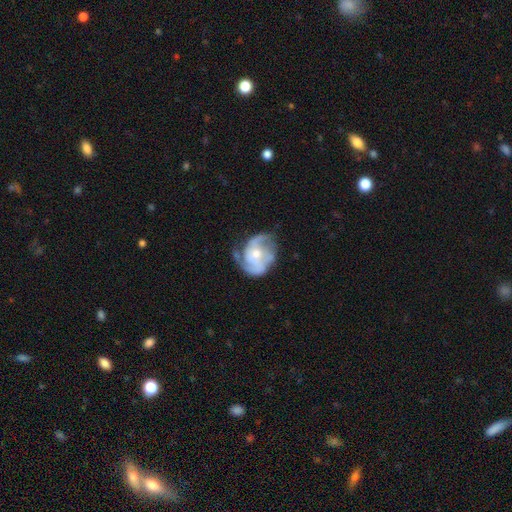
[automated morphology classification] A featured or disk galaxy (83%) with no bar (66%), 2 (51%) medium (46%) spiral arms (92%) and a moderate central bulge (51%).

Vote fractions:
- Smooth or featured? featured or disk: 83% / smooth: 12% / star or artifact: 5%
- Edge-on disk? no: 98% / yes: 2%
- Bar? no: 66% / weak: 27% / strong: 7%
- Spiral arms? yes: 92% / no: 8%
- Spiral winding? medium: 46% / tight: 33% / loose: 21%
- Spiral arm count? 2: 51% / 3: 21% / can't tell: 14% / 1: 6% / 4: 4% / more than 4: 3%
- Bulge size? moderate: 51% / small: 43% / large: 3% / none: 2% / dominant: 1%
- Merging? none: 55% / minor disturbance: 25% / major disturbance: 17% / merger: 3%